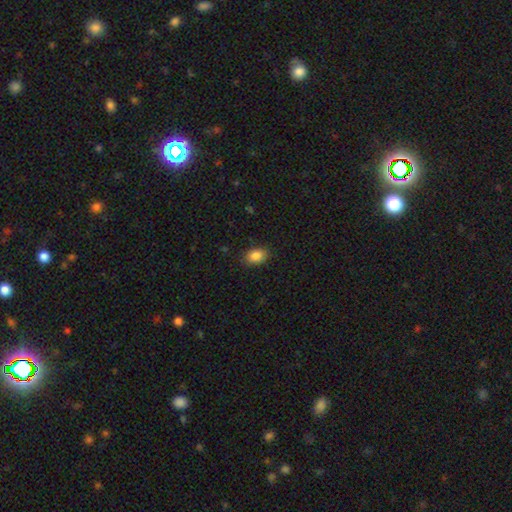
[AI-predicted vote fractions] smooth-or-featured: smooth: 87% | star or artifact: 9% | featured or disk: 5%
  how-rounded: in between: 79% | round: 19% | cigar-shaped: 1%
  merging: none: 85% | minor disturbance: 11% | major disturbance: 3% | merger: 1%